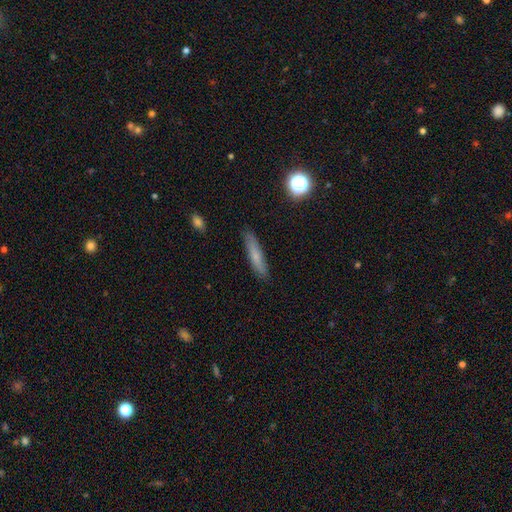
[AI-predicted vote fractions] A smooth galaxy with no disk features (70%) that is cigar-shaped (86%). Merging: none (87%).